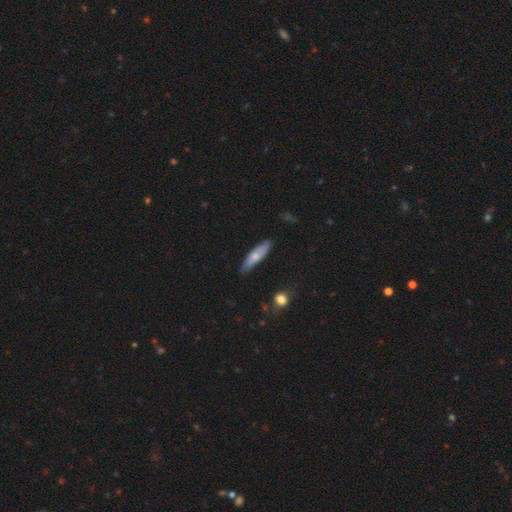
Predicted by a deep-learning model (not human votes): Smooth or featured? smooth (65%)
How rounded? cigar-shaped (63%)
Merging? none (77%)